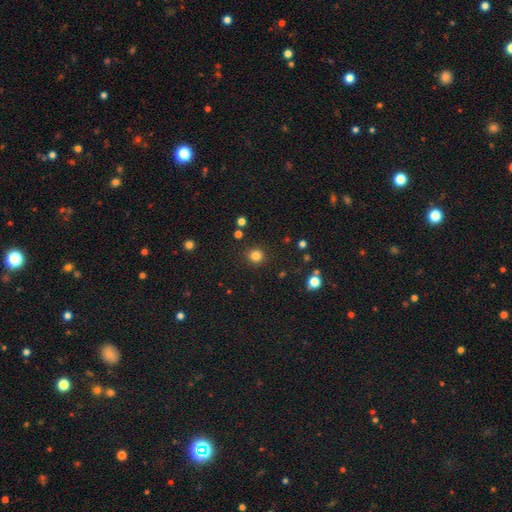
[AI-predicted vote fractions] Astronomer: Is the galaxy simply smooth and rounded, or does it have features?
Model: smooth — 82%.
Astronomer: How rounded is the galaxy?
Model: round — 92%.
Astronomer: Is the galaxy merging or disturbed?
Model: none — 90%.